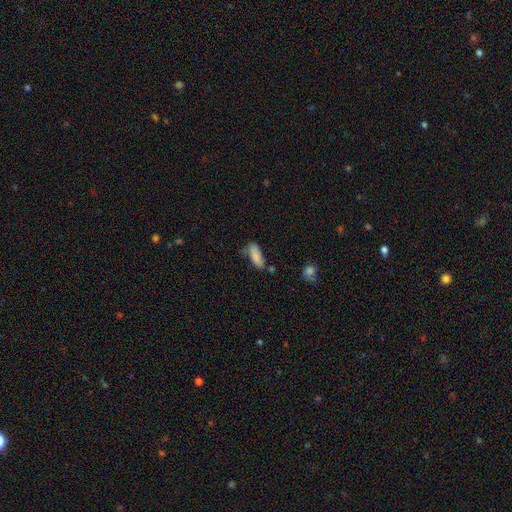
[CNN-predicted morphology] Q: Smooth or featured?
A: smooth (84%); runner-up: featured or disk (8%)
Q: How rounded?
A: in between (63%); runner-up: cigar-shaped (35%)
Q: Merging?
A: none (58%); runner-up: minor disturbance (25%)